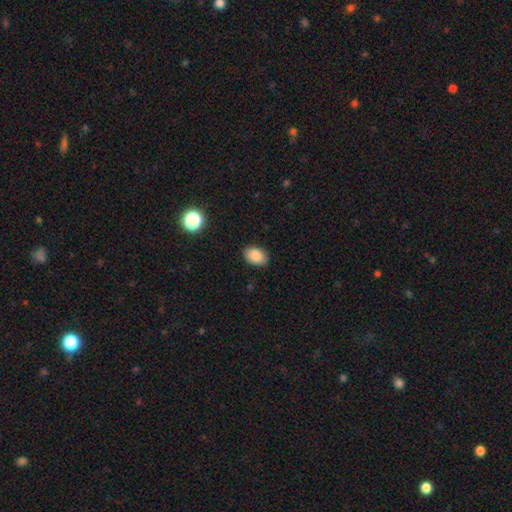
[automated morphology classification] Overall: smooth (86%). How rounded: in between (84%). Merging: none (87%).